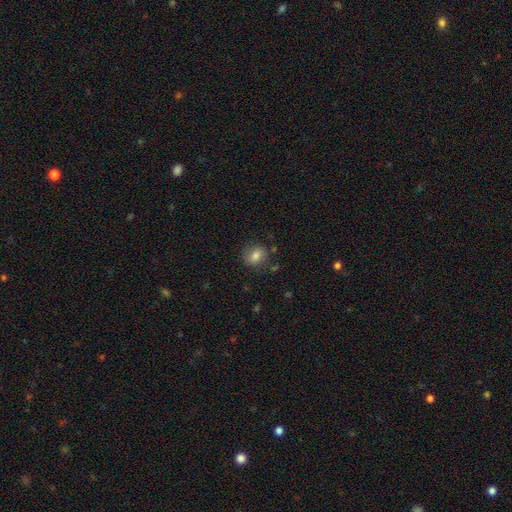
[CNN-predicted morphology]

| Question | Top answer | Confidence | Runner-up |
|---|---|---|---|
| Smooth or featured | smooth | 79% | featured or disk (11%) |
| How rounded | round | 57% | in between (42%) |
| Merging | none | 78% | minor disturbance (15%) |